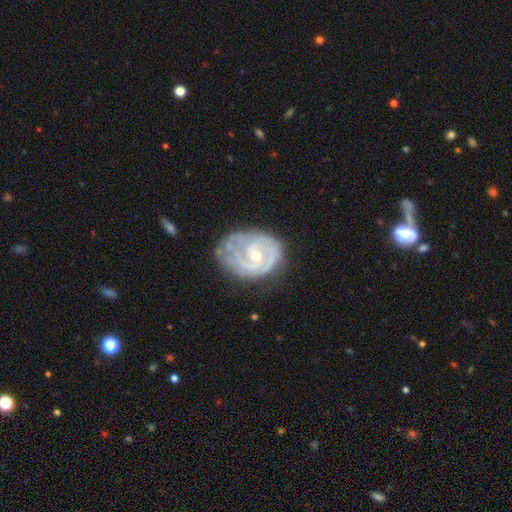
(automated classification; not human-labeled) This appears to be a featured or disk galaxy (84%) with no bar (60%), 2 (49%) tight (62%) spiral arms (91%) and a small central bulge (51%). Merging: none (57%).